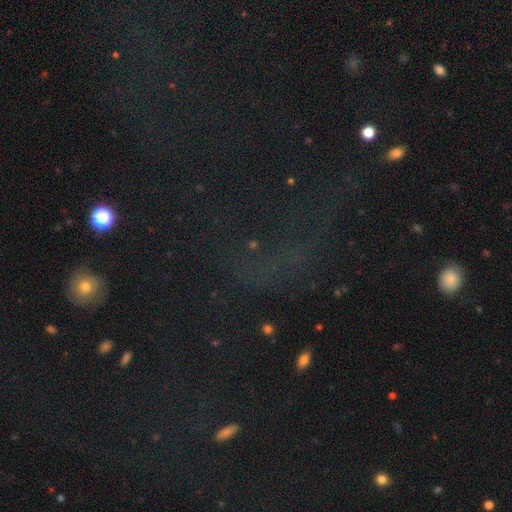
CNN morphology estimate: Smooth or featured? Predicted: star or artifact (p=0.59).